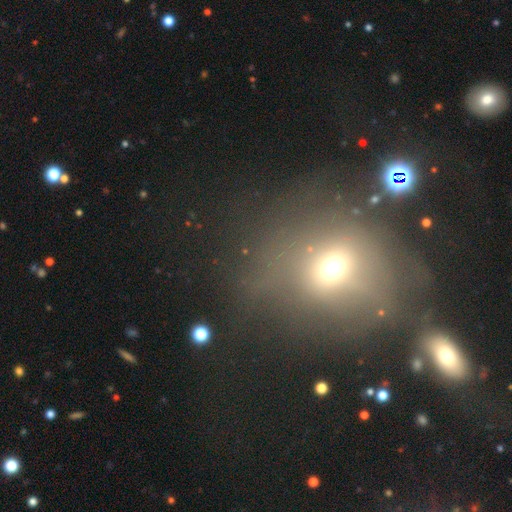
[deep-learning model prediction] Smooth or featured?
  - smooth: 48% *
  - star or artifact: 36%
  - featured or disk: 16%
Merging?
  - none: 63% *
  - minor disturbance: 16%
  - major disturbance: 12%
  - merger: 9%